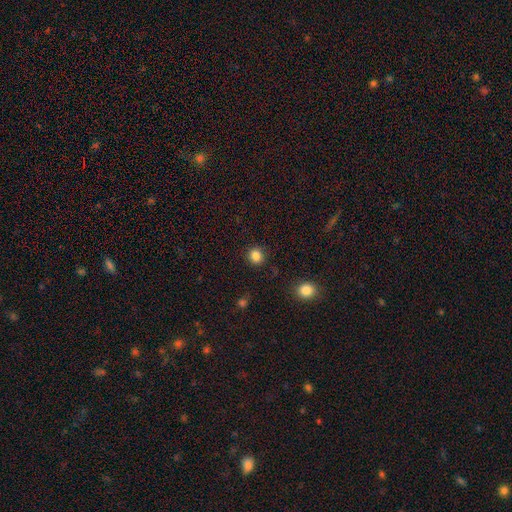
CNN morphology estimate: smooth 85%, star or artifact 12%, featured or disk 4%. Down the decision tree: how rounded — round (87%); merging — none (89%).